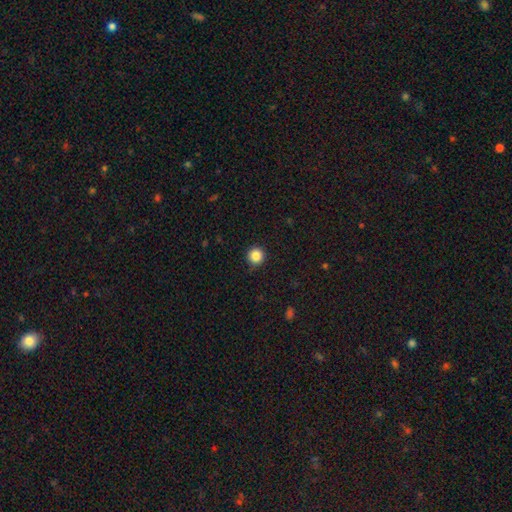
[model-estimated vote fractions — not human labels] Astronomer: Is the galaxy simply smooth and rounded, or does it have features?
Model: smooth — 86%.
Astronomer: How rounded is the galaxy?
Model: round — 96%.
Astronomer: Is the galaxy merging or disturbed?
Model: none — 91%.